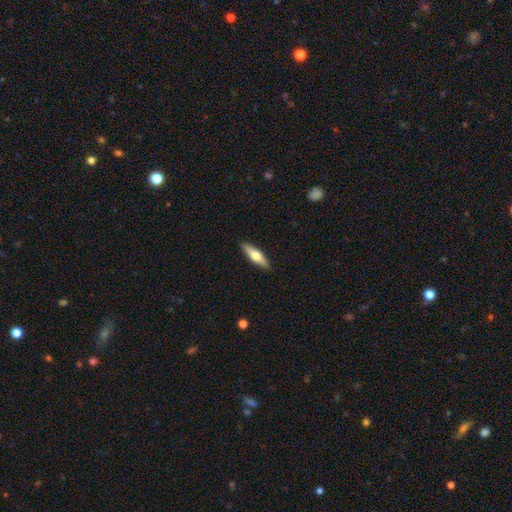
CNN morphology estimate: Smooth or featured? smooth (53%)
How rounded? cigar-shaped (64%)
Merging? none (90%)